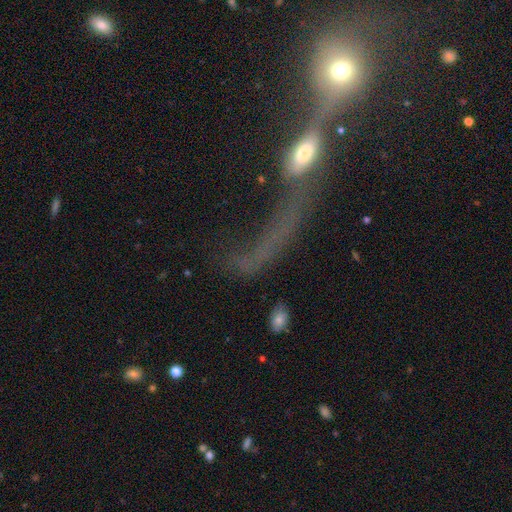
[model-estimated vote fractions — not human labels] Smooth or featured? Predicted: featured or disk (p=0.48). Merging? Predicted: merger (p=0.53).